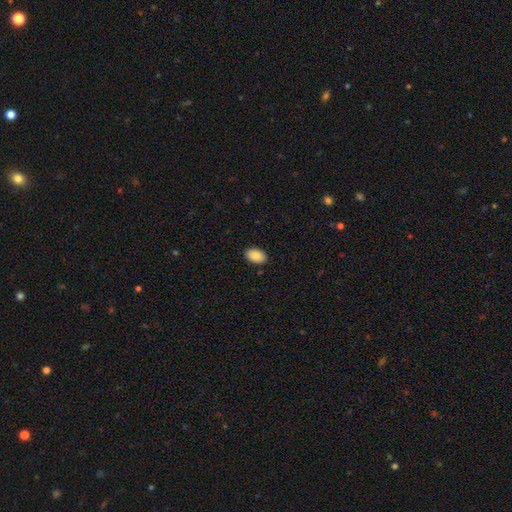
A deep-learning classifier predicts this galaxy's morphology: smooth-or-featured: smooth: 87% | star or artifact: 7% | featured or disk: 6%
  how-rounded: in between: 91% | round: 7% | cigar-shaped: 1%
  merging: none: 90% | minor disturbance: 8% | major disturbance: 2% | merger: 1%